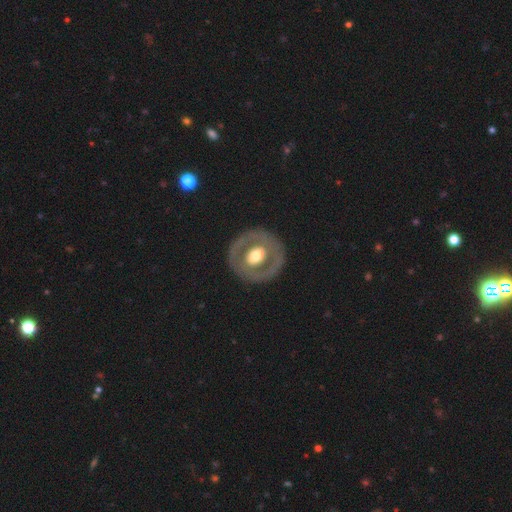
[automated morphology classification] type=featured or disk (60%); edge-on=no (95%); bar=no (65%); spiral arms=no (83%); bulge=moderate (60%); merging=none (82%).